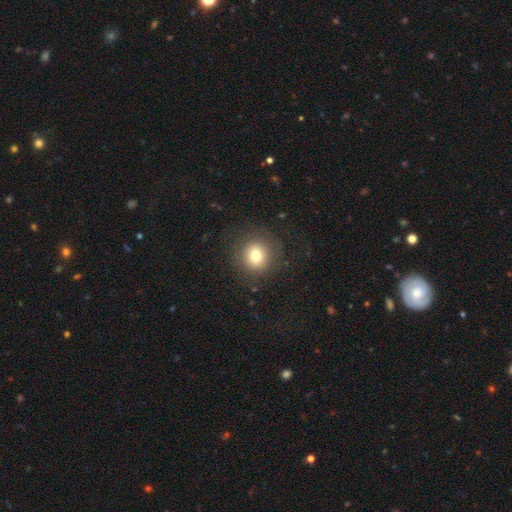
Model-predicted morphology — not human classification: Smooth or featured: smooth — 75% (featured or disk — 13%)
How rounded: round — 88% (in between — 12%)
Merging: none — 85% (minor disturbance — 9%)